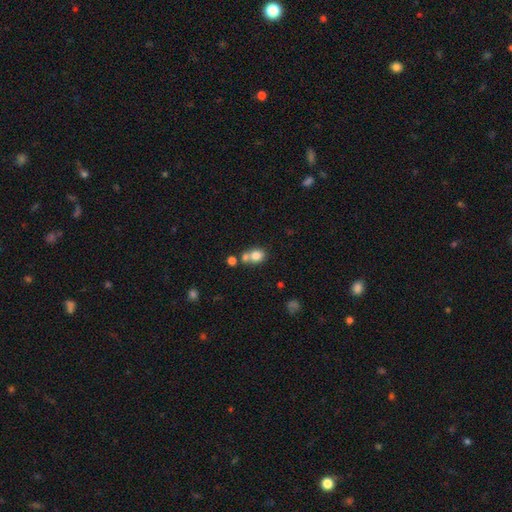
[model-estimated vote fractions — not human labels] A smooth galaxy with no disk features (78%) that is round (57%).

Vote fractions:
- Smooth or featured? smooth: 78% / featured or disk: 11% / star or artifact: 10%
- How rounded? round: 57% / in between: 42% / cigar-shaped: 1%
- Merging? merger: 45% / none: 41% / minor disturbance: 10% / major disturbance: 4%